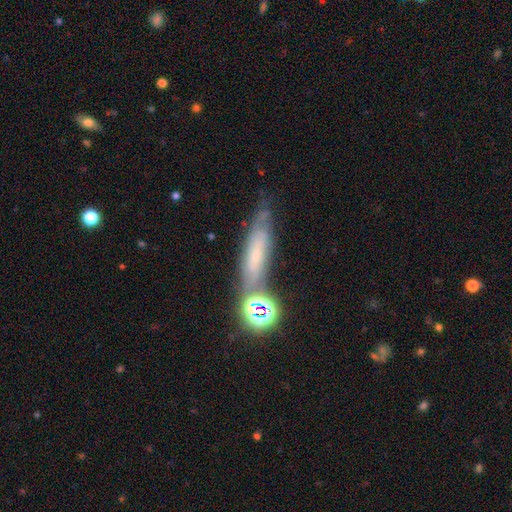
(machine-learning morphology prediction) smooth_or_featured: featured or disk (p=0.40) [alt: smooth p=0.36]
merging: none (p=0.56) [alt: minor disturbance p=0.22]